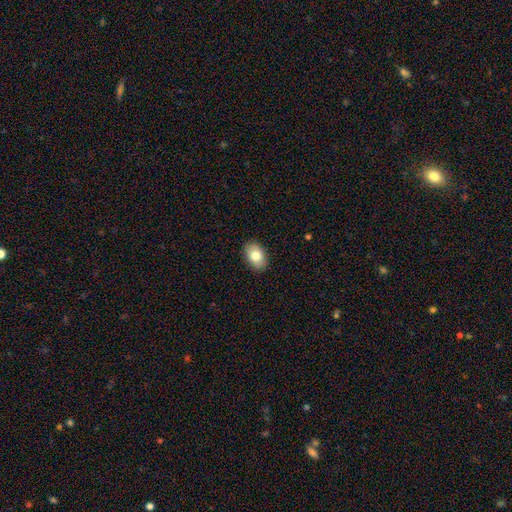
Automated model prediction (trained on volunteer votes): A smooth galaxy with no disk features (82%) that is in between round and cigar-shaped (87%). Merging: none (89%).